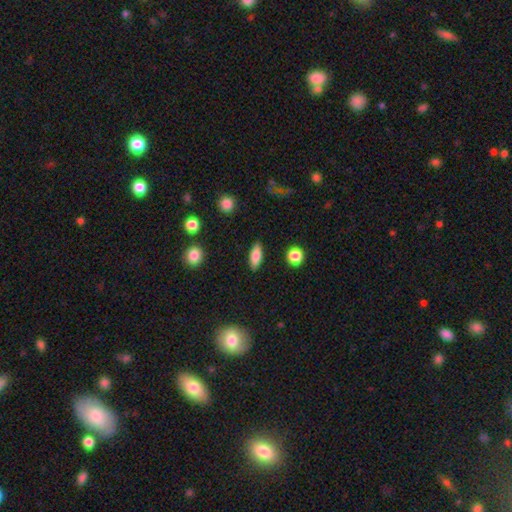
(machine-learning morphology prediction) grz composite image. It shows a smooth galaxy with no disk features (78%) that is in between round and cigar-shaped (73%). Merging: none (87%).